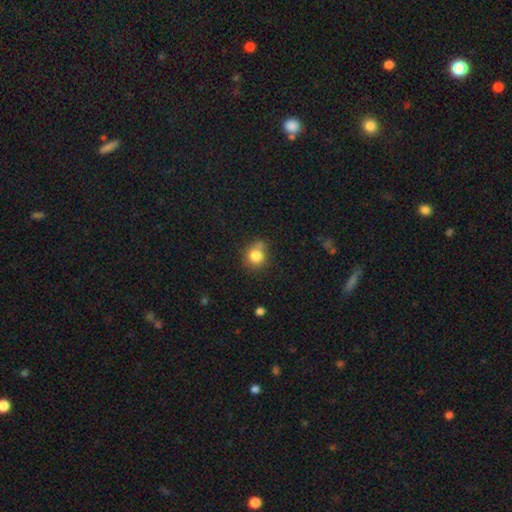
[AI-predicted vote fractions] Smooth or featured? Predicted: smooth (p=0.82). How rounded? Predicted: round (p=0.81). Merging? Predicted: none (p=0.66).